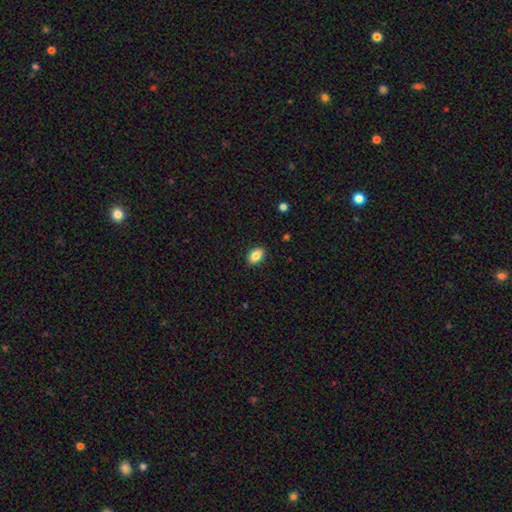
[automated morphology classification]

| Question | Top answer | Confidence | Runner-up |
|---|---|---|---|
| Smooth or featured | smooth | 84% | featured or disk (8%) |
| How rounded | in between | 87% | round (11%) |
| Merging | none | 90% | minor disturbance (7%) |